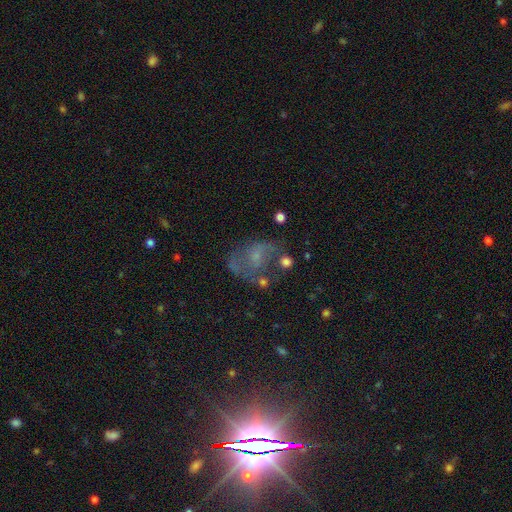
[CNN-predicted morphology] A featured or disk galaxy (50%).

Vote fractions:
- Smooth or featured? featured or disk: 50% / smooth: 32% / star or artifact: 18%
- Merging? none: 36% / major disturbance: 33% / minor disturbance: 22% / merger: 10%